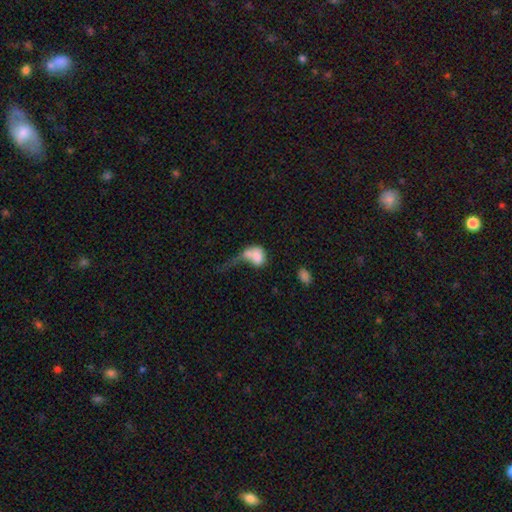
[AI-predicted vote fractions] Smooth or featured: smooth — 69% (featured or disk — 22%)
How rounded: in between — 59% (round — 39%)
Merging: major disturbance — 38% (tied with merger — 38%)